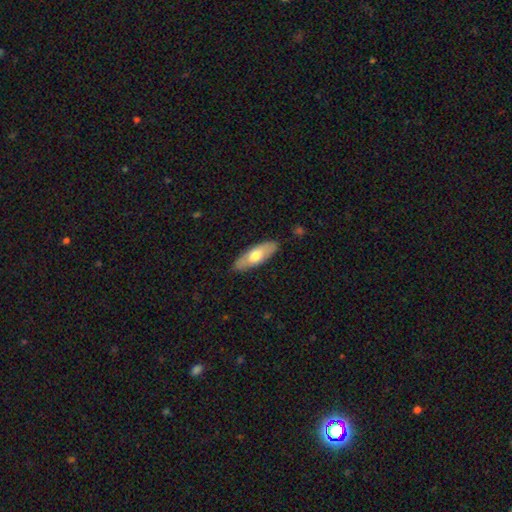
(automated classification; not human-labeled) smooth_or_featured: smooth (p=0.61) [alt: featured or disk p=0.34]
how_rounded: in between (p=0.65) [alt: cigar-shaped p=0.32]
merging: none (p=0.86) [alt: minor disturbance p=0.10]